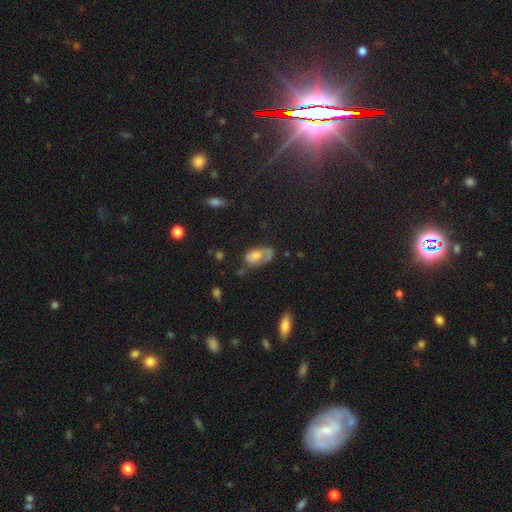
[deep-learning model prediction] Q: Smooth or featured?
A: smooth (50%); runner-up: featured or disk (38%)
Q: How rounded?
A: in between (89%); runner-up: round (8%)
Q: Merging?
A: none (44%); runner-up: minor disturbance (28%)